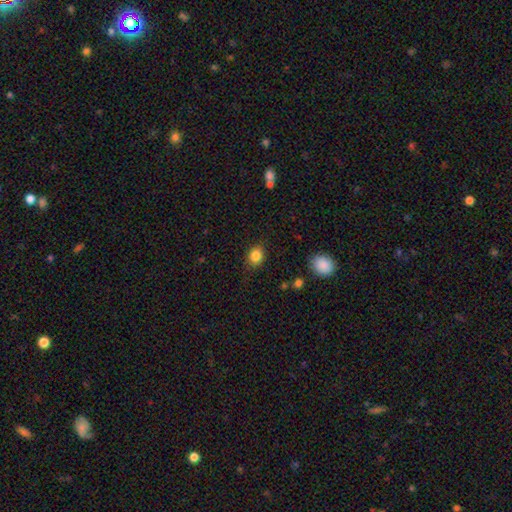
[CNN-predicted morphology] The model was most divided on "how rounded": round: 60%, in between: 39%, cigar-shaped: 1%. More confident: merging — none (85%); smooth or featured — smooth (85%).